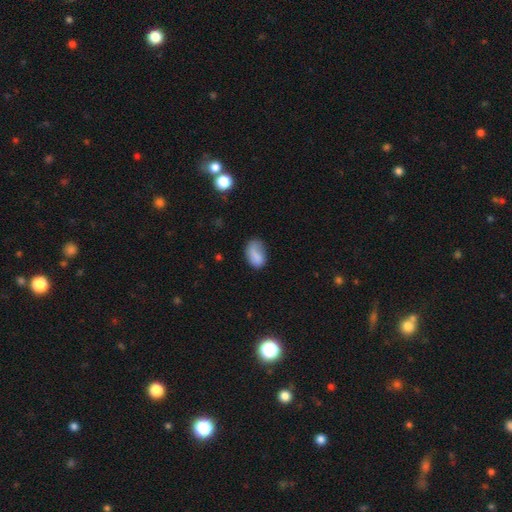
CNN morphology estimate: This appears to be a smooth galaxy with no disk features (77%) that is in between round and cigar-shaped (88%). Merging: none (52%).